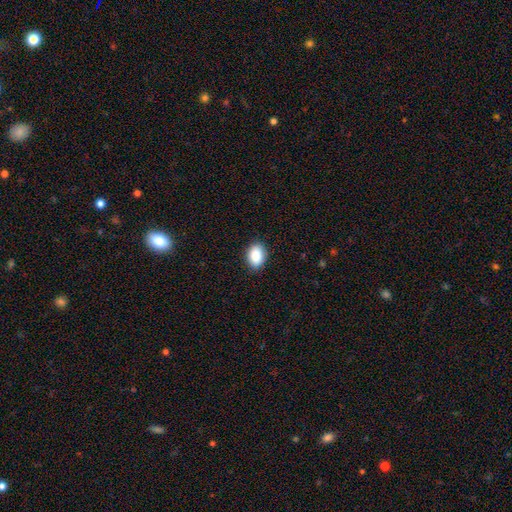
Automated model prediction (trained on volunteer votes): The model was most divided on "how rounded": in between: 84%, round: 14%, cigar-shaped: 1%. More confident: smooth or featured — smooth (89%); merging — none (88%).